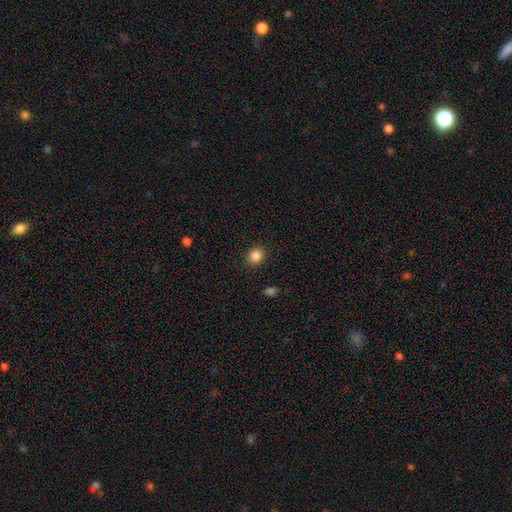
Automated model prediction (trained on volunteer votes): smooth_or_featured: smooth (p=0.85) [alt: star or artifact p=0.10]
how_rounded: round (p=0.74) [alt: in between p=0.25]
merging: none (p=0.90) [alt: minor disturbance p=0.07]